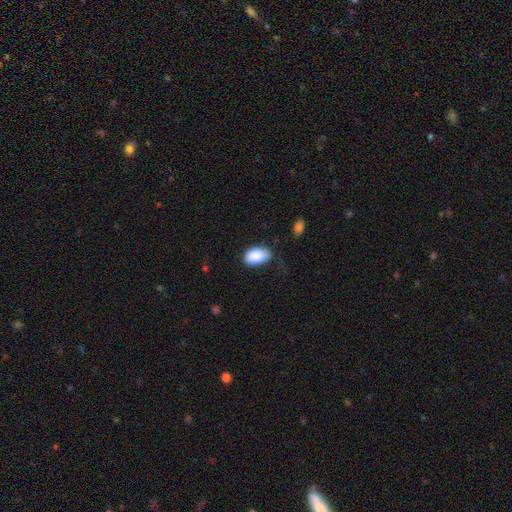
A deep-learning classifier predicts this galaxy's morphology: type=smooth (87%); roundness=in between (93%); merging=none (63%).